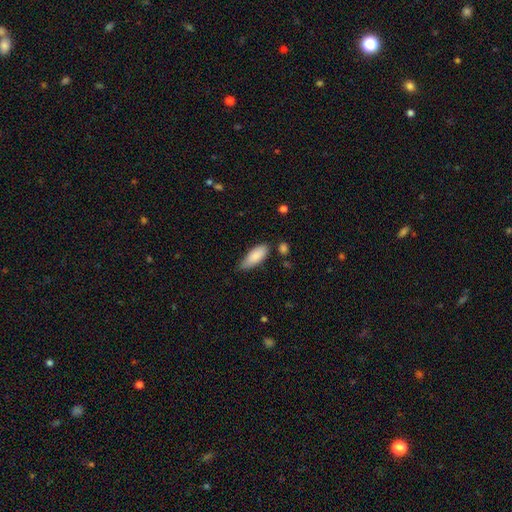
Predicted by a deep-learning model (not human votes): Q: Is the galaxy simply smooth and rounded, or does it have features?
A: smooth — 87%.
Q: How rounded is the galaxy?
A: in between — 75%.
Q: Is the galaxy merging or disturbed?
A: none — 64%.